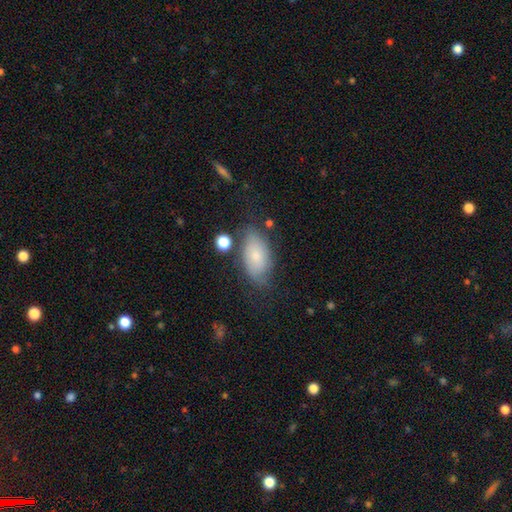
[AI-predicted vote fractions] Smooth or featured: smooth — 71% (featured or disk — 21%)
How rounded: in between — 92% (round — 5%)
Merging: none — 64% (minor disturbance — 23%)